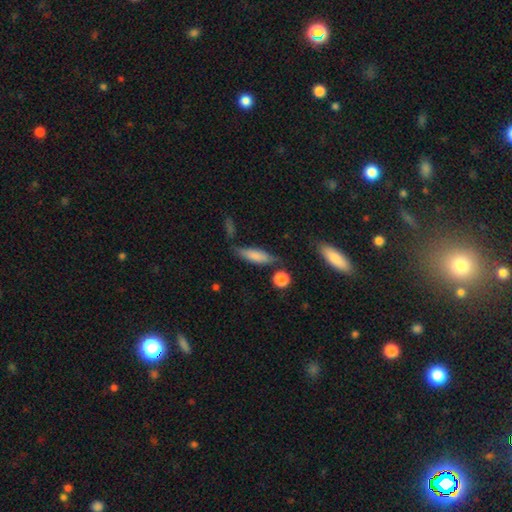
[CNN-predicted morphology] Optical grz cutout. It shows a smooth galaxy with no disk features (76%) that is cigar-shaped (52%). Merging: none (66%).